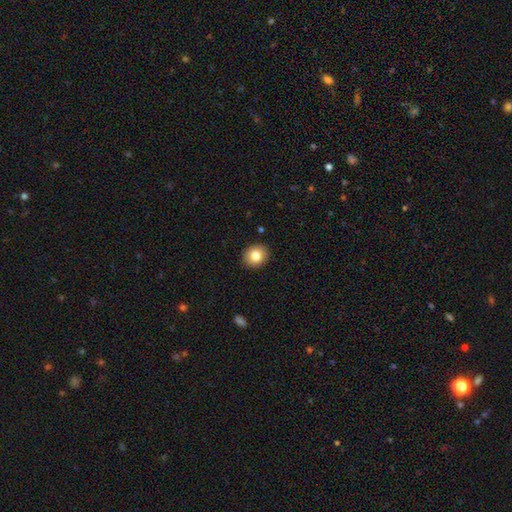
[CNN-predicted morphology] smooth 82%, star or artifact 9%, featured or disk 9%. Down the decision tree: how rounded — round (71%); merging — none (91%).